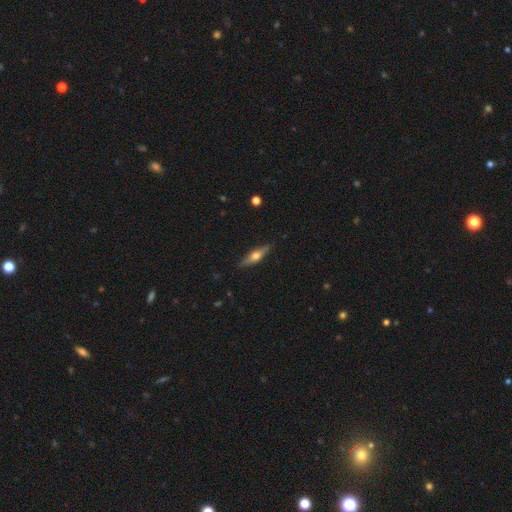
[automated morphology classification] Smooth or featured? featured or disk (63%)
Edge-on disk? yes (96%)
Edge-on bulge? rounded (93%)
Merging? none (89%)